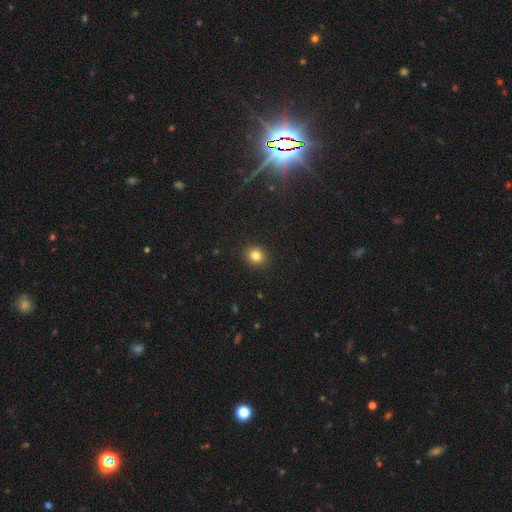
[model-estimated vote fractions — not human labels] Smooth or featured: smooth — 82% (star or artifact — 12%)
How rounded: round — 79% (in between — 20%)
Merging: none — 91% (minor disturbance — 6%)